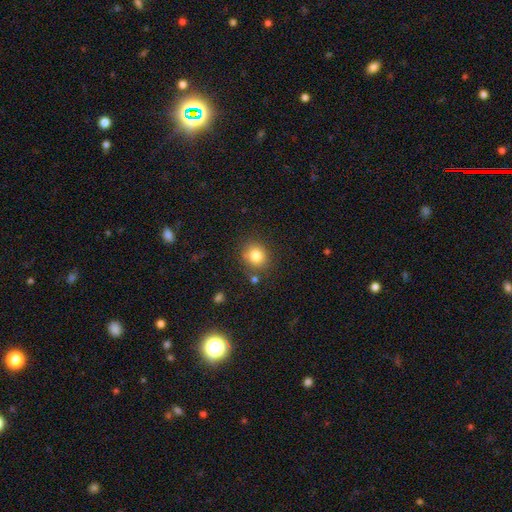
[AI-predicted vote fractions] A smooth galaxy with no disk features (82%) that is round (78%).

Vote fractions:
- Smooth or featured? smooth: 82% / star or artifact: 11% / featured or disk: 7%
- How rounded? round: 78% / in between: 21% / cigar-shaped: 1%
- Merging? none: 81% / minor disturbance: 11% / merger: 5% / major disturbance: 3%